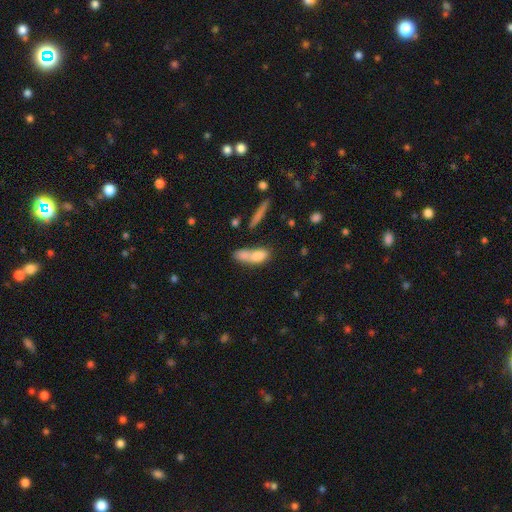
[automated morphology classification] A smooth galaxy with no disk features (73%) that is in between round and cigar-shaped (63%). Merging: merger (54%).